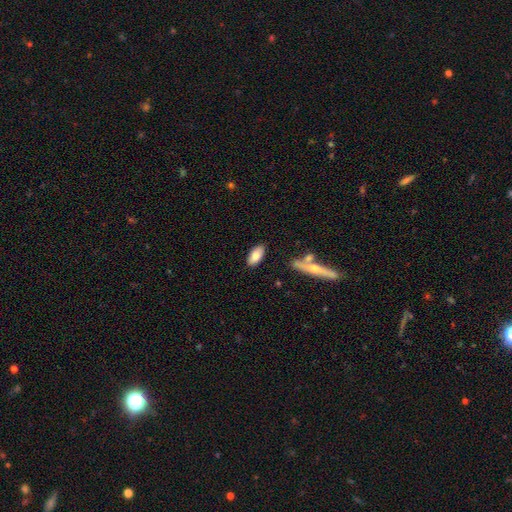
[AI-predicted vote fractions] Smooth or featured? smooth (80%)
How rounded? in between (89%)
Merging? none (84%)